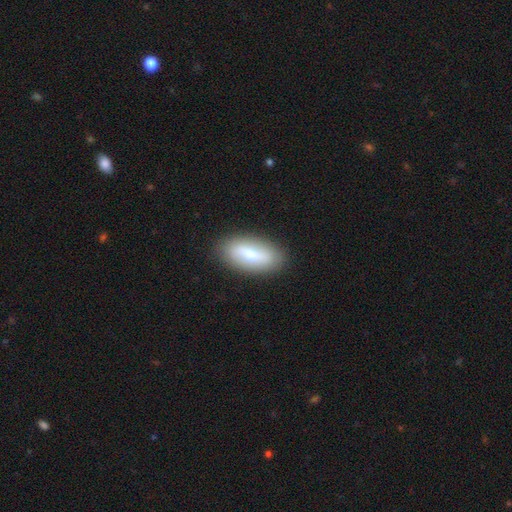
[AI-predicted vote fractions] Smooth or featured? Predicted: smooth (p=0.51). How rounded? Predicted: in between (p=0.87). Merging? Predicted: none (p=0.89).